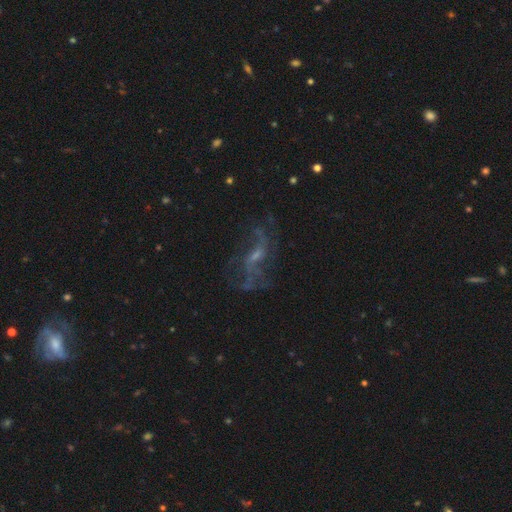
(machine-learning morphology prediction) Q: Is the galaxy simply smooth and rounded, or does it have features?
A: featured or disk — 72%.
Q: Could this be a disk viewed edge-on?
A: no — 91%.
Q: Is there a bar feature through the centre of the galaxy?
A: weak — 45%.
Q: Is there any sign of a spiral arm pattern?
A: yes — 78%.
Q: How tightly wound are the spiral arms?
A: loose — 72%.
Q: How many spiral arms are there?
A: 2 — 55%.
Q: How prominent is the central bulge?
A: small — 52%.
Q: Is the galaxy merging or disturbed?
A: none — 61%.